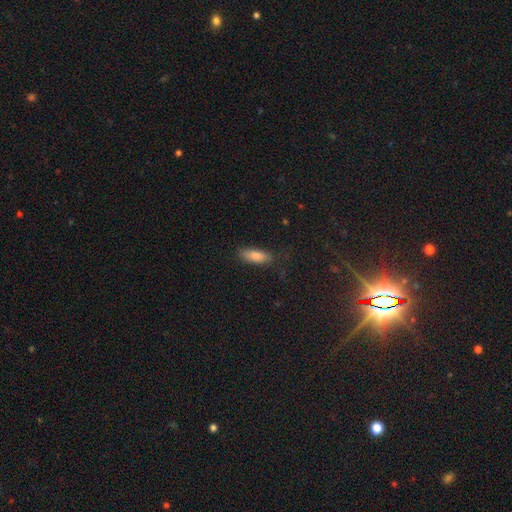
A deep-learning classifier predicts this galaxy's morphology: Smooth or featured?
  - smooth: 81% *
  - featured or disk: 10%
  - star or artifact: 9%
How rounded?
  - in between: 66% *
  - cigar-shaped: 32%
  - round: 2%
Merging?
  - none: 79% *
  - minor disturbance: 16%
  - major disturbance: 4%
  - merger: 1%